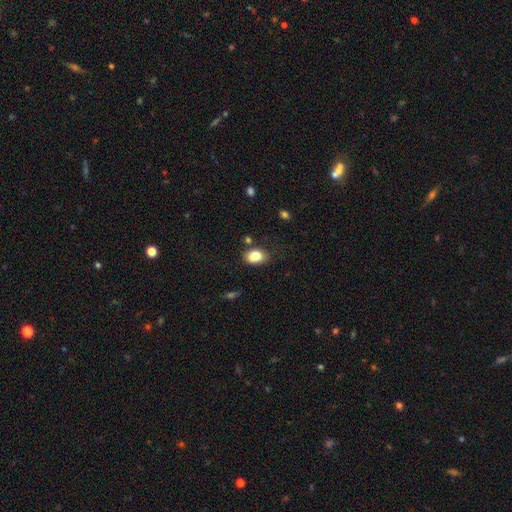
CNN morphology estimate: smooth_or_featured: smooth (p=0.82) [alt: star or artifact p=0.09]
how_rounded: in between (p=0.77) [alt: round p=0.21]
merging: none (p=0.75) [alt: minor disturbance p=0.17]